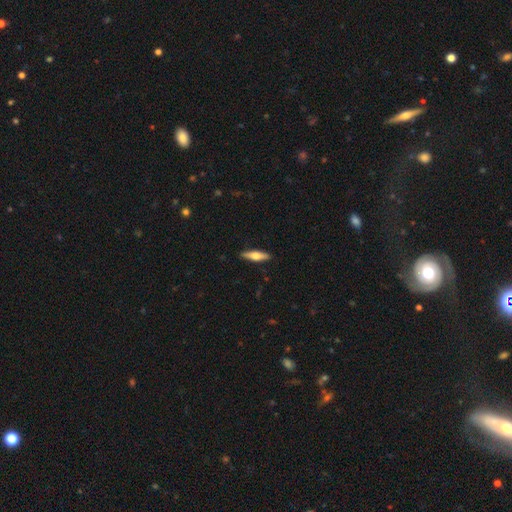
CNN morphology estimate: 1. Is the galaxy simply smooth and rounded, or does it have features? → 57% smooth, 38% featured or disk, 5% star or artifact.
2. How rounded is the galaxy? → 64% cigar-shaped, 34% in between, 2% round.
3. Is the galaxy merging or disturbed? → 90% none, 7% minor disturbance, 2% major disturbance, 1% merger.